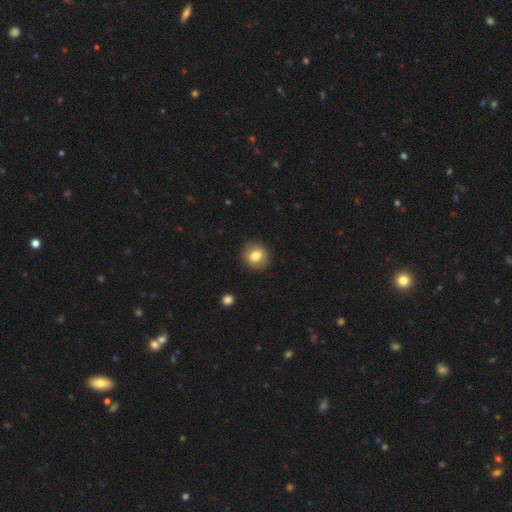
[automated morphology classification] The model was most divided on "how rounded": round: 80%, in between: 19%, cigar-shaped: 1%. More confident: merging — none (86%); smooth or featured — smooth (77%).